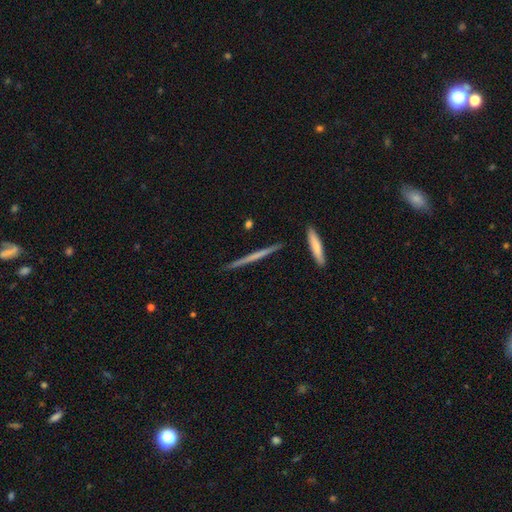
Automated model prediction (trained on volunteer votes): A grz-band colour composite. It shows a featured or disk galaxy (51%) viewed edge-on (97%). Merging: none (88%).